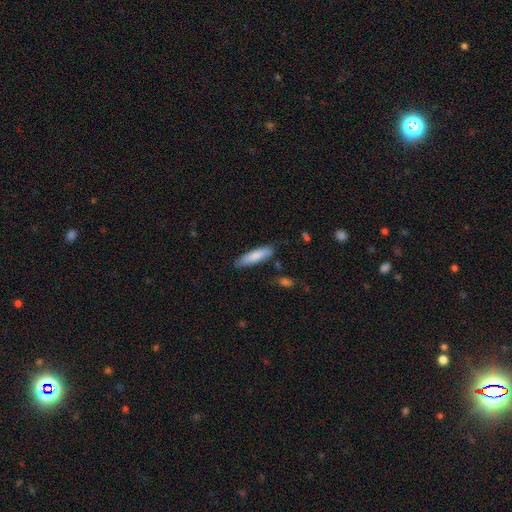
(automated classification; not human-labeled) smooth-or-featured: smooth: 82% | featured or disk: 12% | star or artifact: 6%
  how-rounded: cigar-shaped: 67% | in between: 31% | round: 1%
  merging: none: 81% | minor disturbance: 14% | major disturbance: 3% | merger: 2%